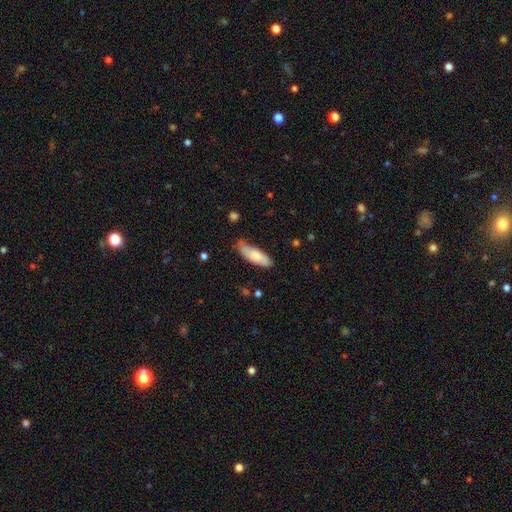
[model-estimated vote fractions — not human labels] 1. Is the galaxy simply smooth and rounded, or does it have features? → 75% smooth, 19% featured or disk, 6% star or artifact.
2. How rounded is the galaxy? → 58% in between, 40% cigar-shaped, 2% round.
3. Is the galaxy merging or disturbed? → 68% none, 25% minor disturbance, 4% major disturbance, 2% merger.